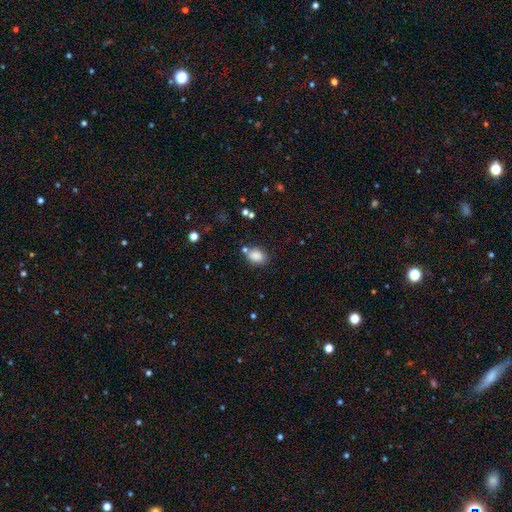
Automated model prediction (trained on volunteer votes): Smooth or featured? Predicted: smooth (p=0.85). How rounded? Predicted: in between (p=0.68). Merging? Predicted: none (p=0.71).